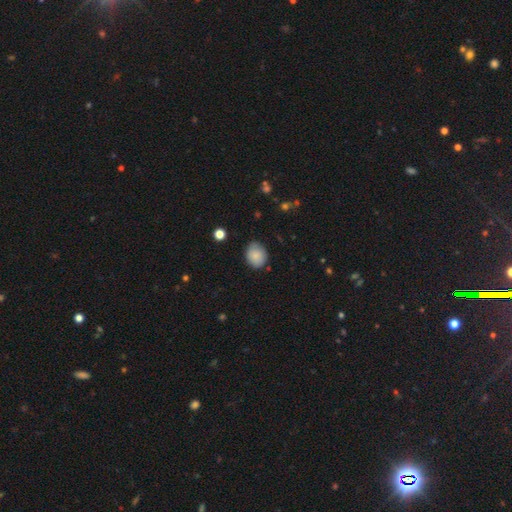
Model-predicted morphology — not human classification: Smooth or featured: smooth — 83% (featured or disk — 9%)
How rounded: round — 51% (in between — 48%)
Merging: none — 76% (minor disturbance — 19%)